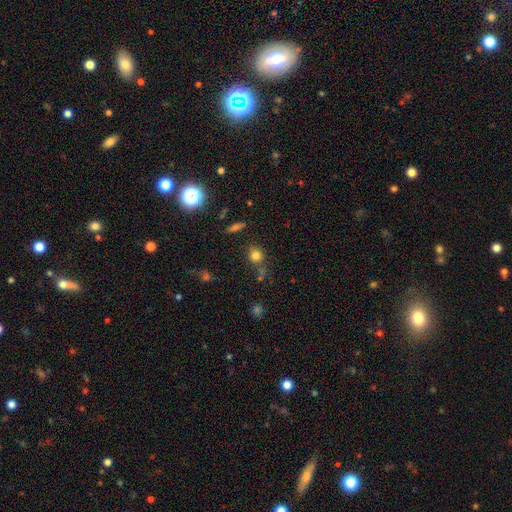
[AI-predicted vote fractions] Smooth or featured? Predicted: smooth (p=0.78). How rounded? Predicted: round (p=0.82). Merging? Predicted: none (p=0.71).